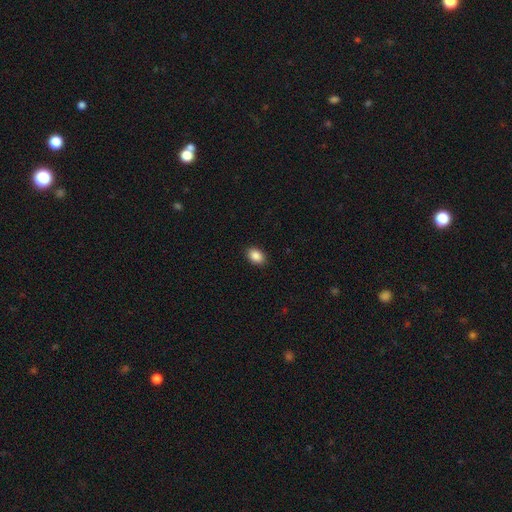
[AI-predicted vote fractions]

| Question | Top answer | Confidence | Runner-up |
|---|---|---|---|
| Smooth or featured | smooth | 88% | star or artifact (8%) |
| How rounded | in between | 76% | round (22%) |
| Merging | none | 89% | minor disturbance (8%) |